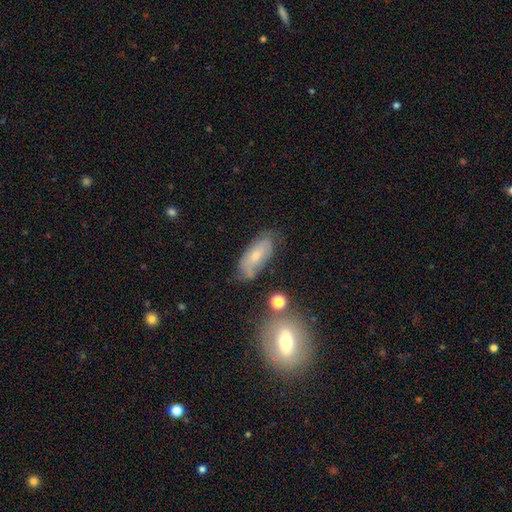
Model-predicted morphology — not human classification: Overall: smooth (52%; featured or disk 39%). How rounded: in between (83%). Merging: none (58%; minor disturbance 27%).